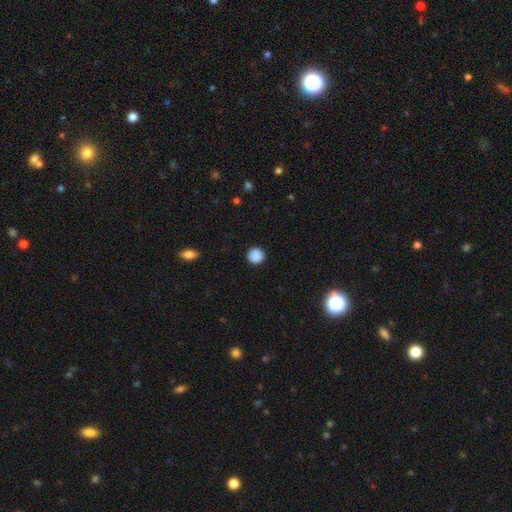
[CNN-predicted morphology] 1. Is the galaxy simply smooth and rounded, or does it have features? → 89% smooth, 9% star or artifact, 3% featured or disk.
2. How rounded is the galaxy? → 94% round, 5% in between, 1% cigar-shaped.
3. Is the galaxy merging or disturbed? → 91% none, 6% minor disturbance, 2% major disturbance, 1% merger.